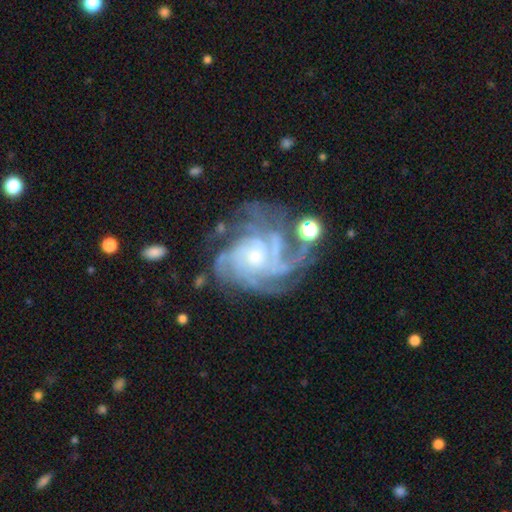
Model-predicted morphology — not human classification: Q: Smooth or featured?
A: featured or disk (89%); runner-up: star or artifact (7%)
Q: Edge-on disk?
A: no (98%); runner-up: yes (2%)
Q: Bar?
A: no (72%); runner-up: weak (23%)
Q: Spiral arms?
A: yes (97%); runner-up: no (3%)
Q: Spiral winding?
A: tight (59%); runner-up: medium (34%)
Q: Spiral arm count?
A: 4 (32%); runner-up: can't tell (20%)
Q: Bulge size?
A: small (69%); runner-up: moderate (24%)
Q: Merging?
A: none (60%); runner-up: minor disturbance (20%)